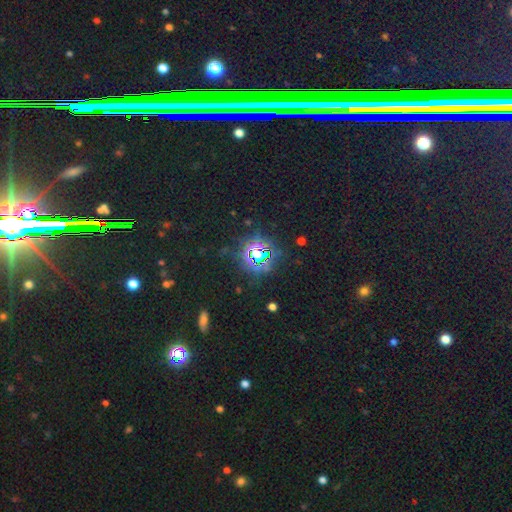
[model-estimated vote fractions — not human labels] This is likely a star or artifact rather than a galaxy (72%).